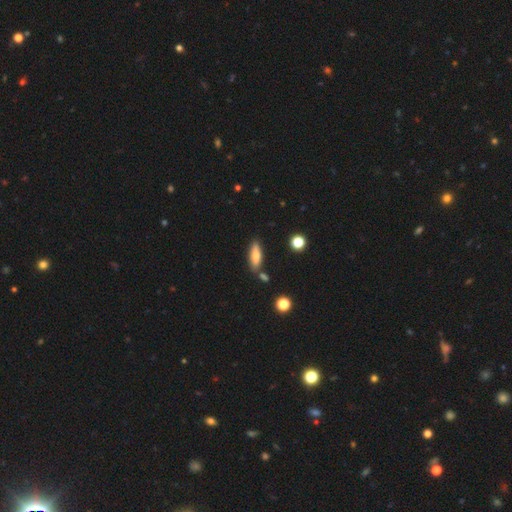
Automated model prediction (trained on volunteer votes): This appears to be a smooth galaxy with no disk features (73%) that is in between round and cigar-shaped (50%). Merging: none (78%).